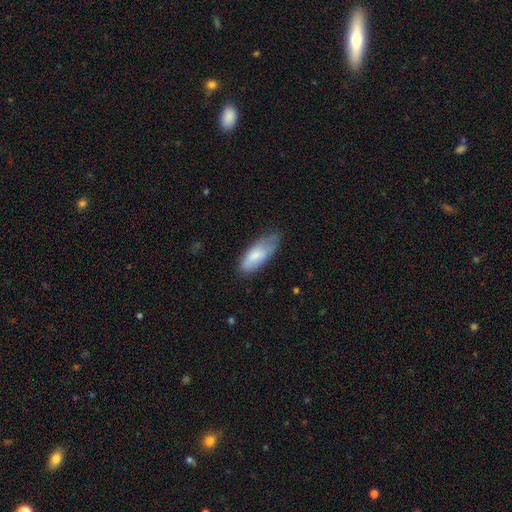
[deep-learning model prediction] This is likely a smooth galaxy (78%). How rounded: likely in between (78%). Merging: possibly none (52%).